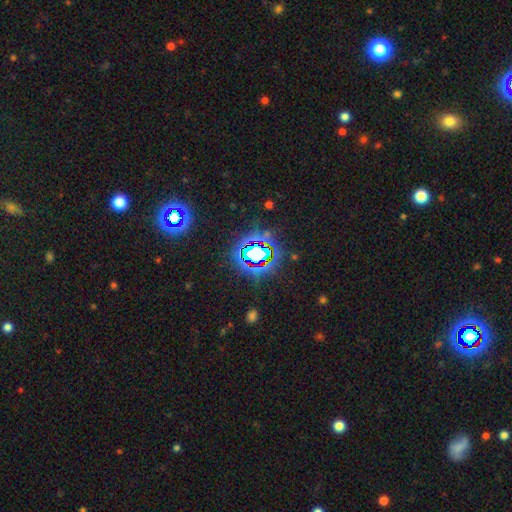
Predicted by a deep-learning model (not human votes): Morphology: type=star or artifact (74%).